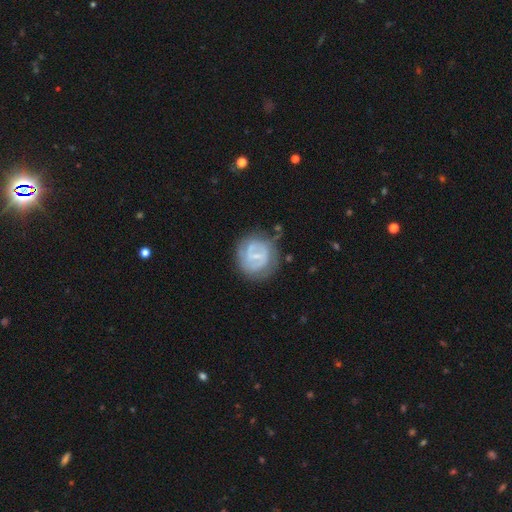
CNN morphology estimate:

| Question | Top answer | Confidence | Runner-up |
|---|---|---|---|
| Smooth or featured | featured or disk | 66% | smooth (27%) |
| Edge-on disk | no | 97% | yes (3%) |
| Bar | weak | 49% | strong (29%) |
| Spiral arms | yes | 64% | no (36%) |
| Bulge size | small | 66% | moderate (19%) |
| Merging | none | 67% | minor disturbance (19%) |